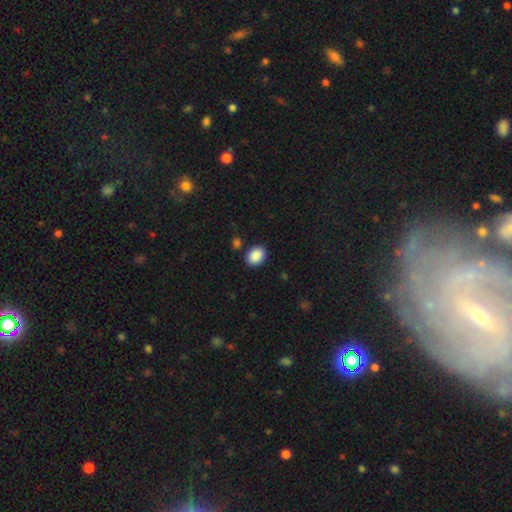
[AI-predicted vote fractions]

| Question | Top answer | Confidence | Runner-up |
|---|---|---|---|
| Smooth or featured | smooth | 90% | star or artifact (8%) |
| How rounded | in between | 66% | round (34%) |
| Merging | none | 86% | minor disturbance (9%) |